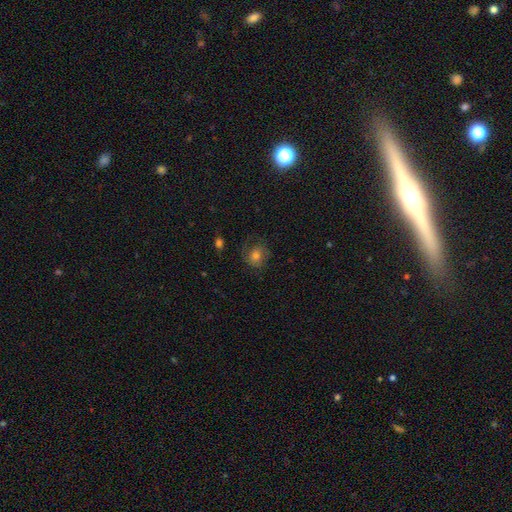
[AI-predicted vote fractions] Overall: smooth (61%; featured or disk 27%). How rounded: round (78%). Merging: none (67%).